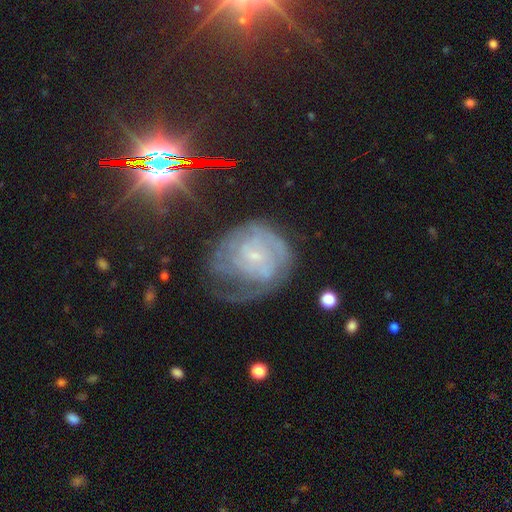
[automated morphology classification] smooth_or_featured: featured or disk (p=0.71) [alt: smooth p=0.17]
disk_edge_on: no (p=0.97) [alt: yes p=0.03]
bar: no (p=0.61) [alt: weak p=0.32]
has_spiral_arms: yes (p=0.84) [alt: no p=0.16]
spiral_winding: tight (p=0.59) [alt: medium p=0.30]
spiral_arm_count: can't tell (p=0.52) [alt: 2 p=0.18]
bulge_size: small (p=0.76) [alt: moderate p=0.11]
merging: none (p=0.41) [alt: major disturbance p=0.30]